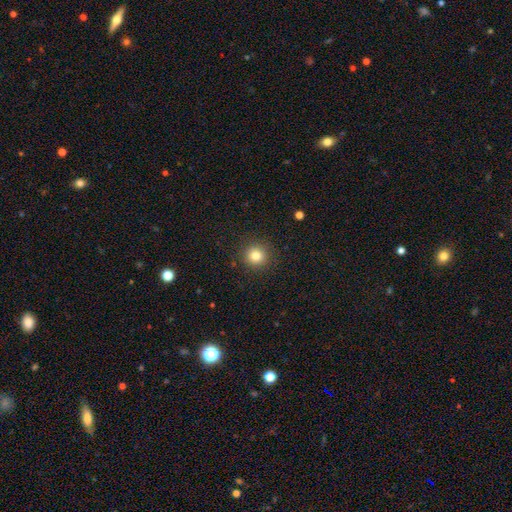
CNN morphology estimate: A smooth galaxy with no disk features (81%) that is round (94%). Merging: none (91%).